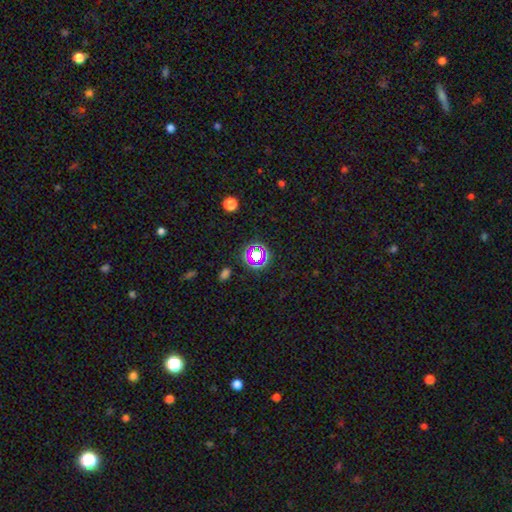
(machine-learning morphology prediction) This is possibly a star or artifact rather than a galaxy (57%).